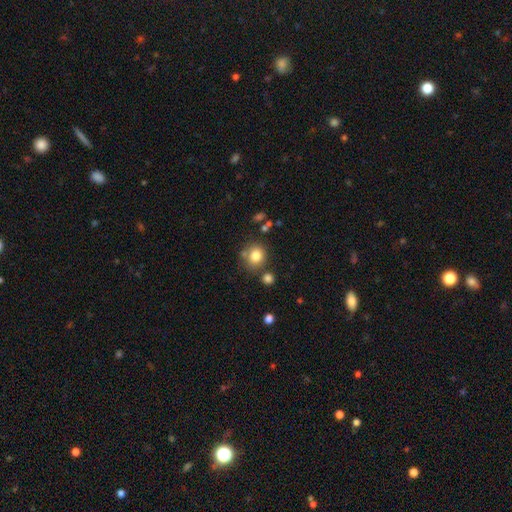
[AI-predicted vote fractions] This appears to be a smooth galaxy with no disk features (81%) that is round (82%). Merging: none (73%).